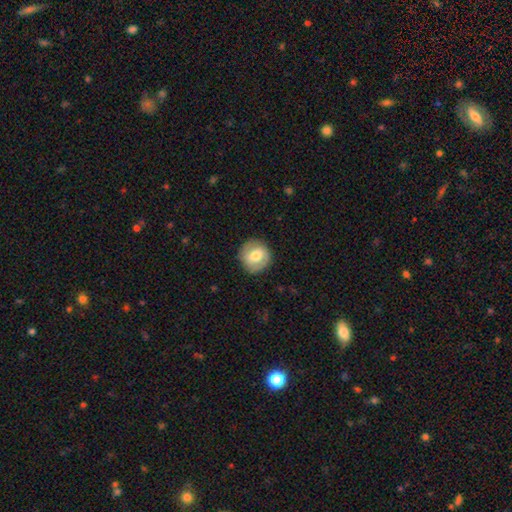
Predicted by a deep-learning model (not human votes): Smooth or featured: smooth — 59% (featured or disk — 34%)
How rounded: round — 89% (in between — 10%)
Merging: none — 86% (minor disturbance — 10%)